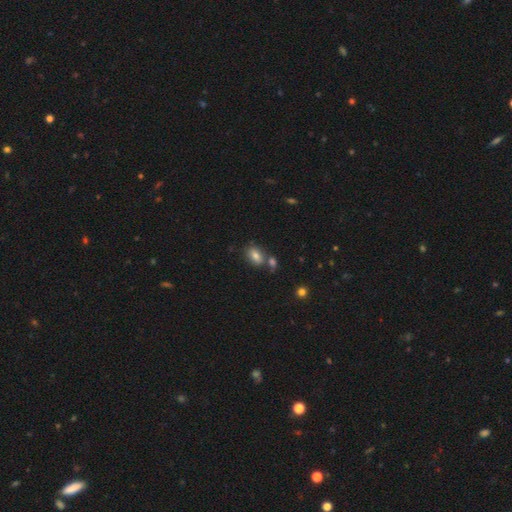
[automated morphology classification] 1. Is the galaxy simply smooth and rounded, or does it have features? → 78% smooth, 11% featured or disk, 10% star or artifact.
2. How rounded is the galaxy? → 85% in between, 12% round, 3% cigar-shaped.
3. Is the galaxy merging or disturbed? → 59% none, 25% merger, 12% minor disturbance, 4% major disturbance.